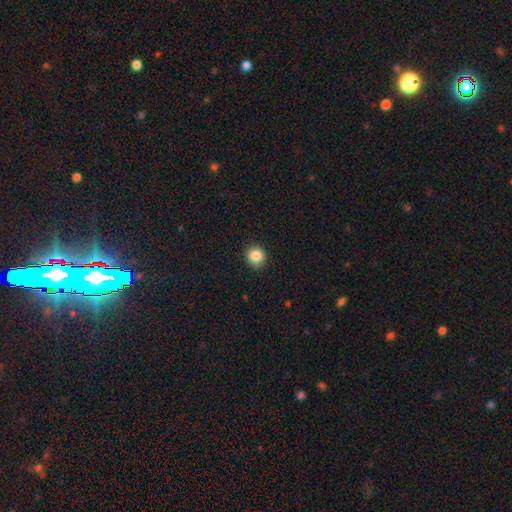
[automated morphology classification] Overall: smooth (85%). How rounded: round (90%). Merging: none (88%).